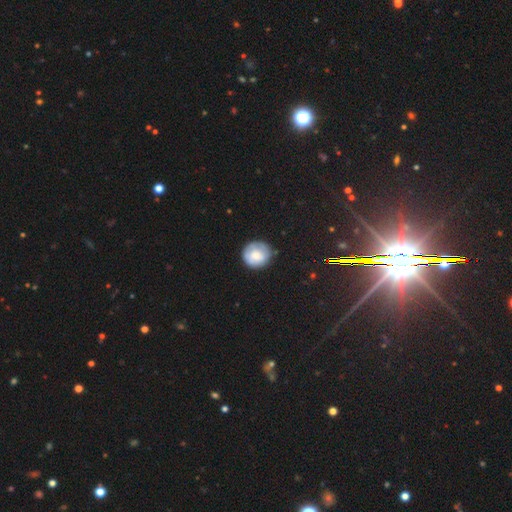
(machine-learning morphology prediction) smooth 72%, featured or disk 20%, star or artifact 8%. Down the decision tree: how rounded — round (89%); merging — none (78%).